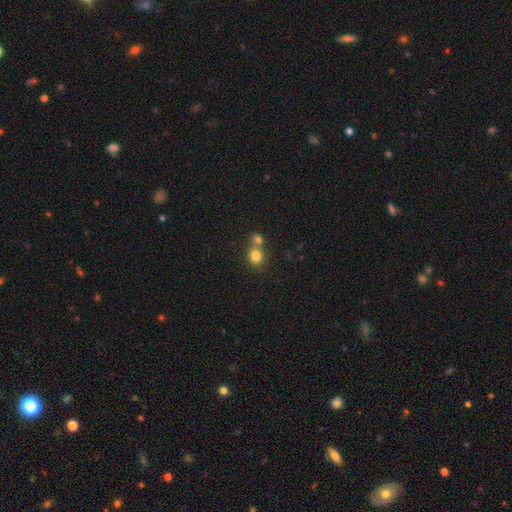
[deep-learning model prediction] Q: Smooth or featured?
A: smooth (81%); runner-up: star or artifact (11%)
Q: How rounded?
A: round (67%); runner-up: in between (32%)
Q: Merging?
A: merger (48%); runner-up: none (42%)